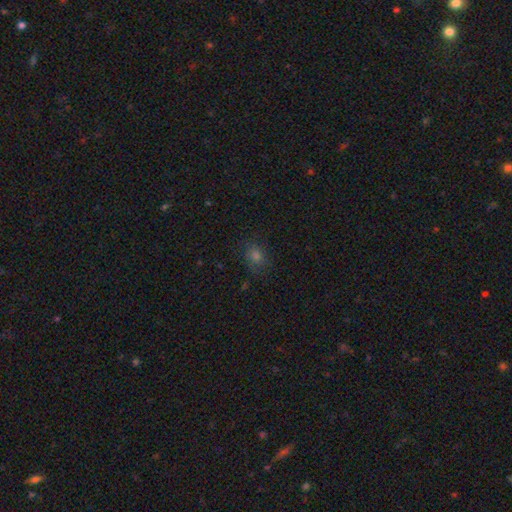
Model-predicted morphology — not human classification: Smooth or featured: smooth — 64% (star or artifact — 26%)
How rounded: round — 57% (in between — 42%)
Merging: none — 80% (minor disturbance — 14%)